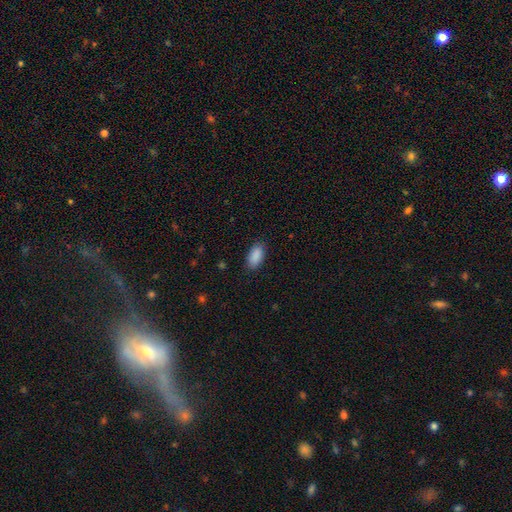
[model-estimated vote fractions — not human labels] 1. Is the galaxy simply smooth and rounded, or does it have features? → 90% smooth, 7% star or artifact, 3% featured or disk.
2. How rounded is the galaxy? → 93% in between, 4% cigar-shaped, 3% round.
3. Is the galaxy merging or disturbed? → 85% none, 11% minor disturbance, 3% major disturbance, 1% merger.